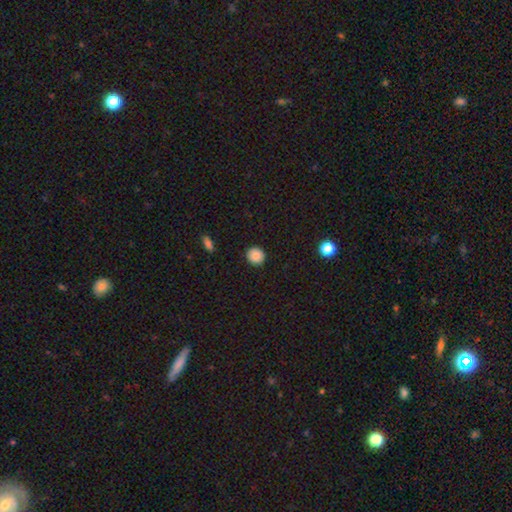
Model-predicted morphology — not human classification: Smooth or featured?
  - smooth: 86% *
  - star or artifact: 9%
  - featured or disk: 4%
How rounded?
  - round: 91% *
  - in between: 8%
  - cigar-shaped: 1%
Merging?
  - none: 91% *
  - minor disturbance: 6%
  - major disturbance: 2%
  - merger: 1%